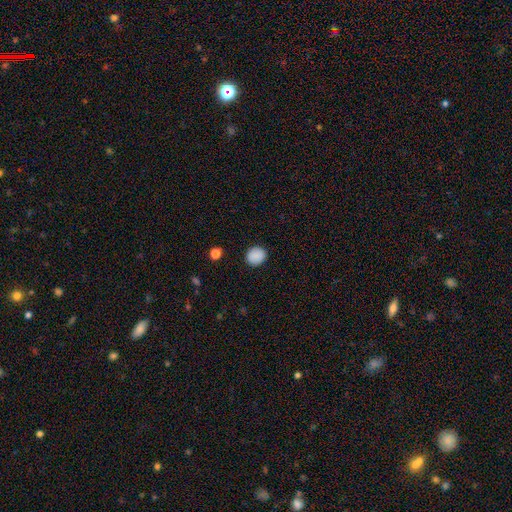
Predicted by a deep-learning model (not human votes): This is clearly a smooth galaxy (88%). How rounded: likely round (75%). Merging: clearly none (89%).